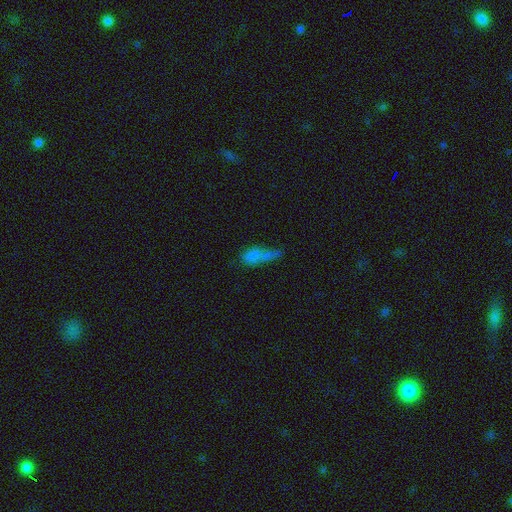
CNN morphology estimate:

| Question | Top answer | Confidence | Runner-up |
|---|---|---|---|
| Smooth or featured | smooth | 68% | featured or disk (17%) |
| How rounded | in between | 69% | cigar-shaped (23%) |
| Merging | merger | 28% | none (27%) |